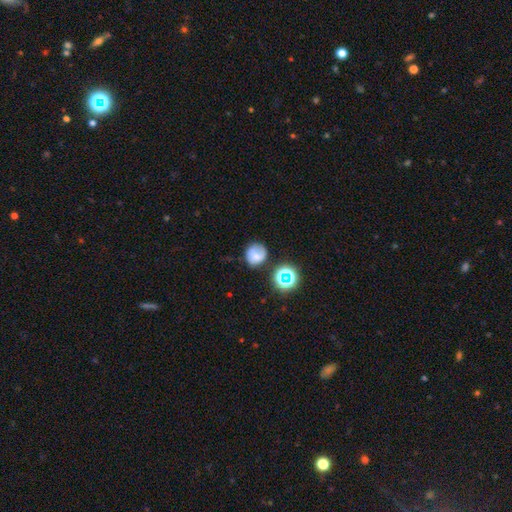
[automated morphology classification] smooth_or_featured: smooth (p=0.64) [alt: featured or disk p=0.22]
how_rounded: round (p=0.85) [alt: in between p=0.14]
merging: none (p=0.67) [alt: minor disturbance p=0.20]